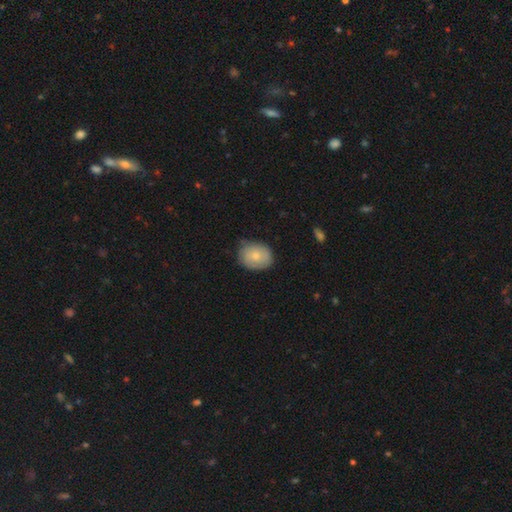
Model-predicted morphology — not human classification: Smooth or featured? Predicted: smooth (p=0.63). How rounded? Predicted: round (p=0.51). Merging? Predicted: none (p=0.71).